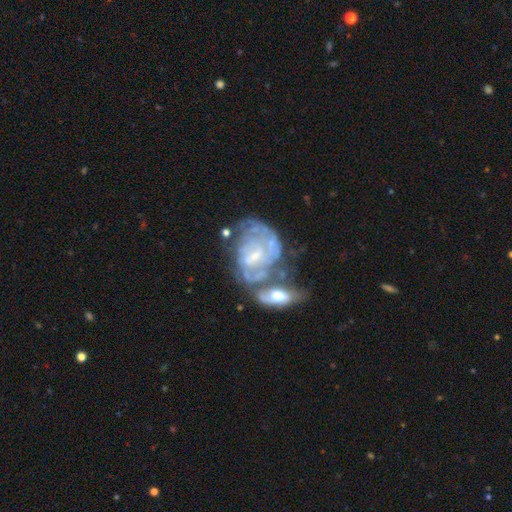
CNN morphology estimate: This is likely a featured or disk galaxy (78%). It is clearly not viewed edge-on (96%). Bar: possibly no (55%). Spiral arm pattern: clearly yes (81%). Spiral arm count: possibly can't tell (50%). Spiral winding: possibly tight (58%). Central bulge: possibly small (59%). Merging: possibly merger (45%).